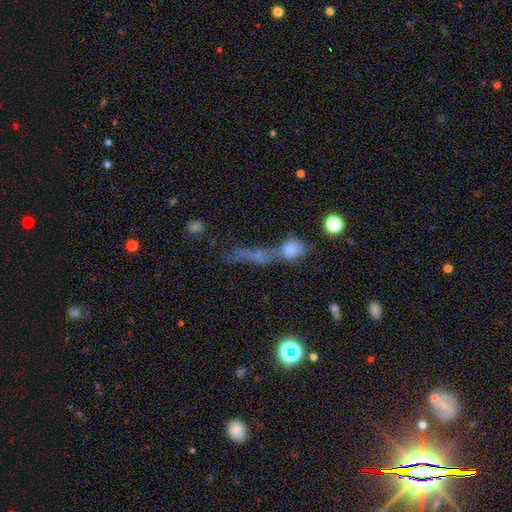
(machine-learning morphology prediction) This appears to be a smooth galaxy with no disk features (50%) that is cigar-shaped (41%). Merging: merger (56%).